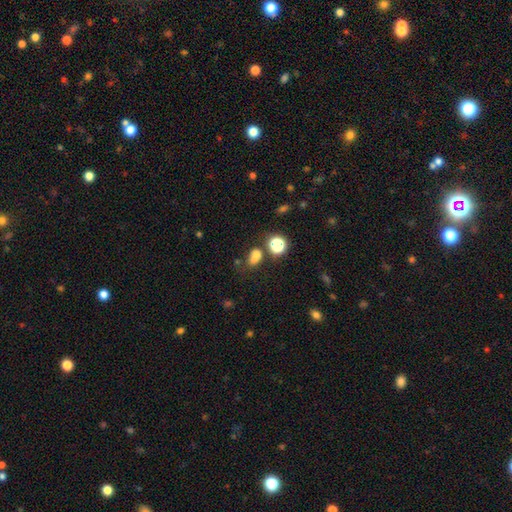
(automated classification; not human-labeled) smooth_or_featured: smooth (p=0.68) [alt: star or artifact p=0.23]
how_rounded: in between (p=0.63) [alt: round p=0.35]
merging: none (p=0.50) [alt: merger p=0.20]